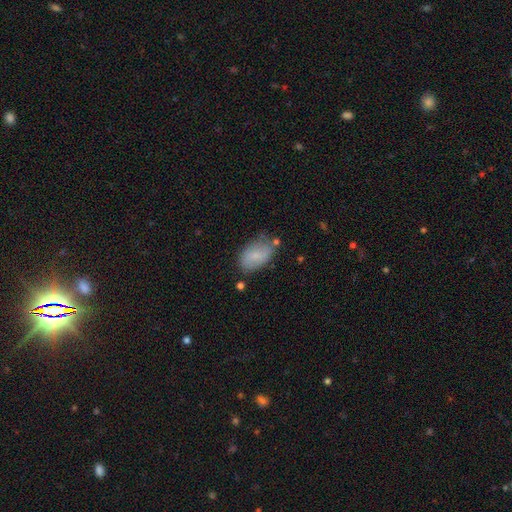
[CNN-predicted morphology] Smooth or featured? Predicted: smooth (p=0.74). How rounded? Predicted: in between (p=0.92). Merging? Predicted: none (p=0.64).